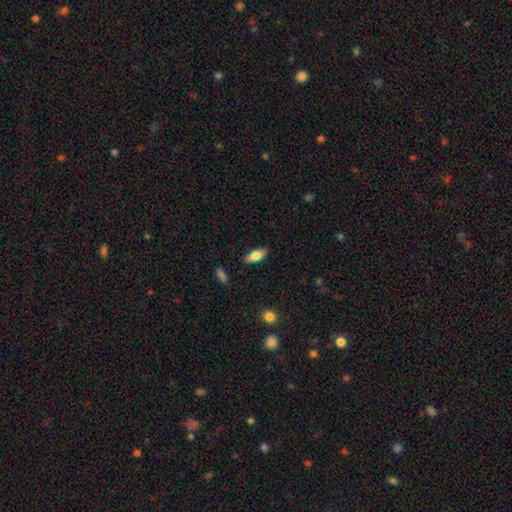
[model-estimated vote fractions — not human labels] The model was most divided on "smooth or featured": smooth: 77%, featured or disk: 16%, star or artifact: 7%. More confident: merging — none (87%); how rounded — in between (80%).